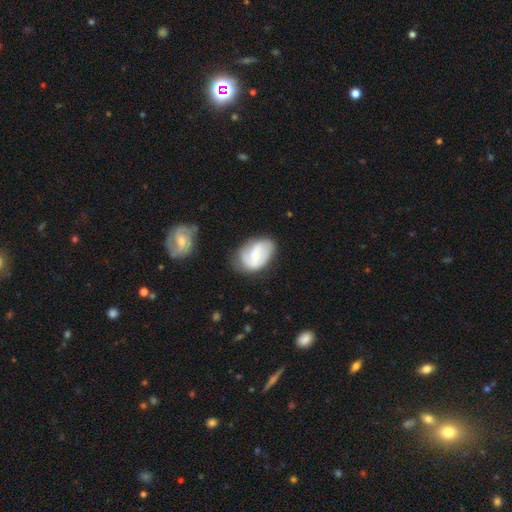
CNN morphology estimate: Smooth or featured? Predicted: featured or disk (p=0.54). Edge-on disk? Predicted: no (p=0.97). Bar? Predicted: weak (p=0.46). Spiral arms? Predicted: yes (p=0.82). Bulge size? Predicted: small (p=0.50). Merging? Predicted: none (p=0.58).